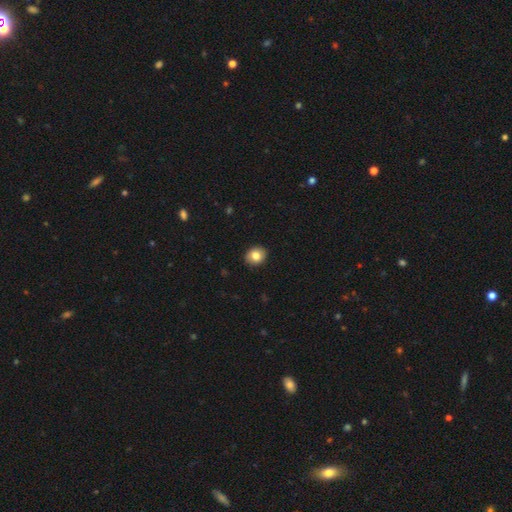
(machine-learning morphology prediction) Smooth or featured? Predicted: smooth (p=0.82). How rounded? Predicted: round (p=0.65). Merging? Predicted: none (p=0.89).